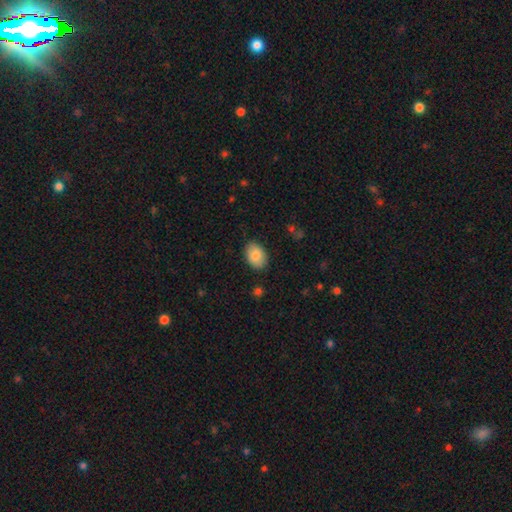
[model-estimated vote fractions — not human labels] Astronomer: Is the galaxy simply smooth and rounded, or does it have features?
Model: smooth — 86%.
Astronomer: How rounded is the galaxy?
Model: in between — 81%.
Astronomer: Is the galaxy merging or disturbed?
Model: none — 86%.